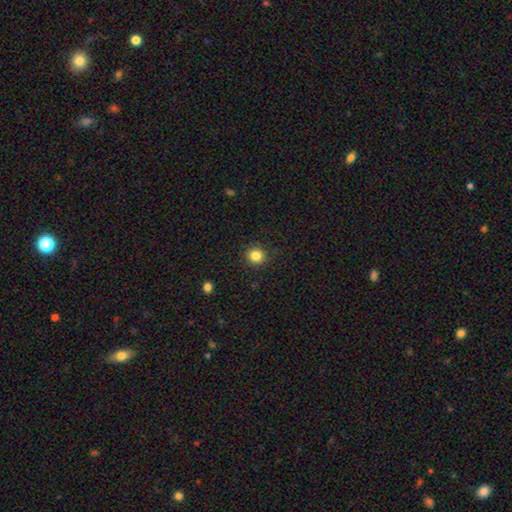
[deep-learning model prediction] smooth_or_featured: smooth (p=0.84) [alt: star or artifact p=0.11]
how_rounded: round (p=0.91) [alt: in between p=0.08]
merging: none (p=0.91) [alt: minor disturbance p=0.06]